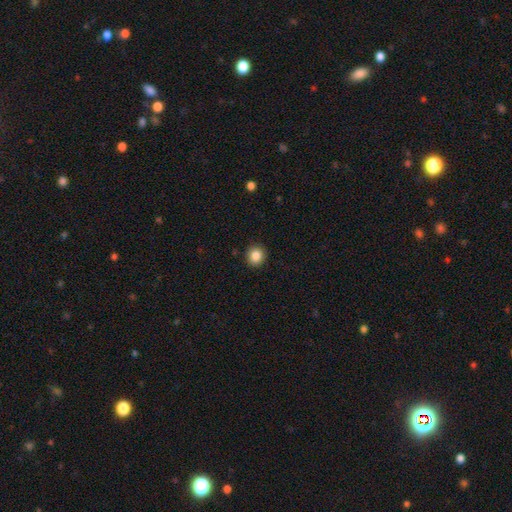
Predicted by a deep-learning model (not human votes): Overall: smooth (86%). How rounded: round (87%). Merging: none (91%).